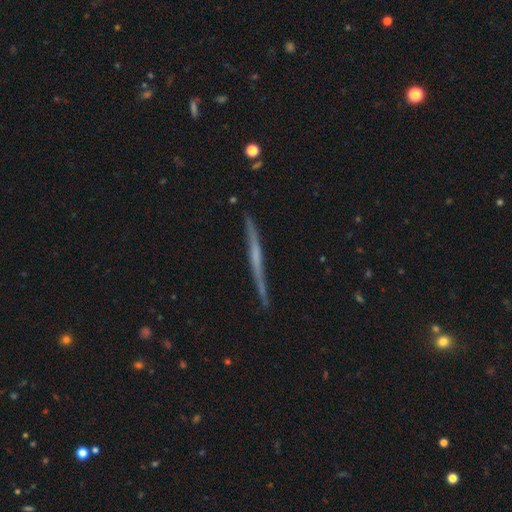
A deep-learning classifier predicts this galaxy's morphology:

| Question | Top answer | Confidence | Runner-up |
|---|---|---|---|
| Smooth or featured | featured or disk | 64% | smooth (30%) |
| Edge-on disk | yes | 97% | no (3%) |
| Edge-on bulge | none | 77% | rounded (15%) |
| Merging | none | 87% | minor disturbance (10%) |